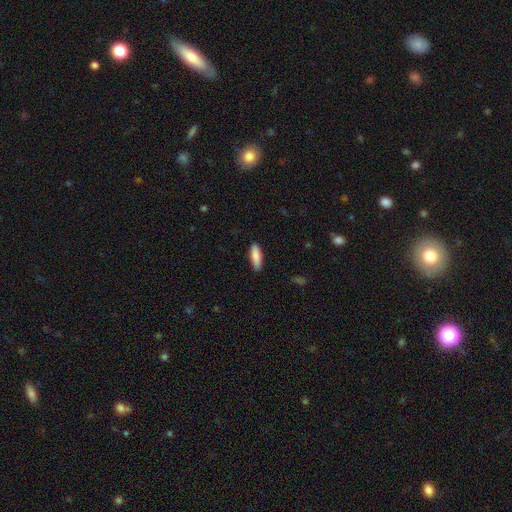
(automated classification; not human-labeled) Smooth or featured?
  - smooth: 88% *
  - featured or disk: 7%
  - star or artifact: 6%
How rounded?
  - in between: 55% *
  - cigar-shaped: 44%
  - round: 2%
Merging?
  - none: 87% *
  - minor disturbance: 10%
  - major disturbance: 2%
  - merger: 1%